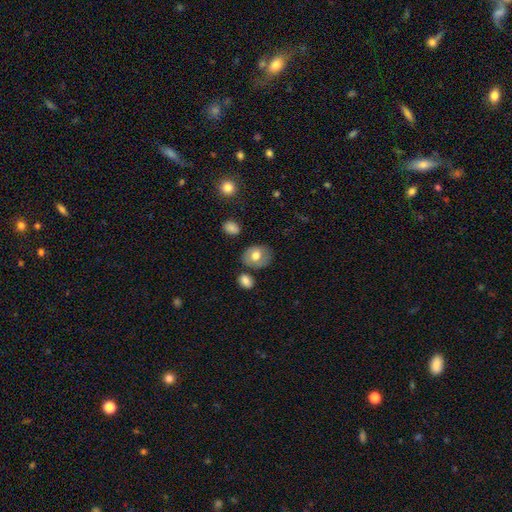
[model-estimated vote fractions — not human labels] This is likely a smooth galaxy (66%). How rounded: possibly in between (52%). Merging: likely none (73%).